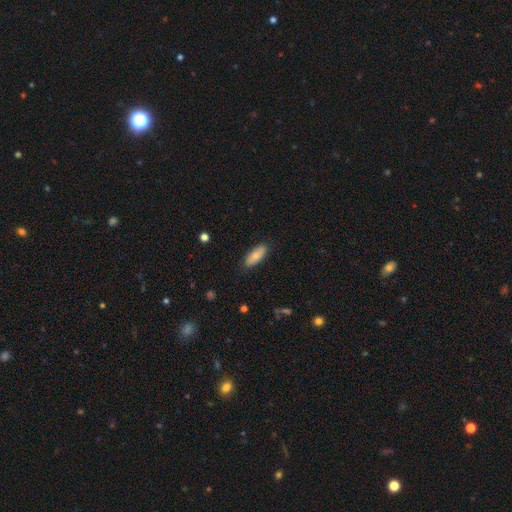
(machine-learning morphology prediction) This appears to be a smooth galaxy with no disk features (74%) that is in between round and cigar-shaped (77%). Merging: none (85%).